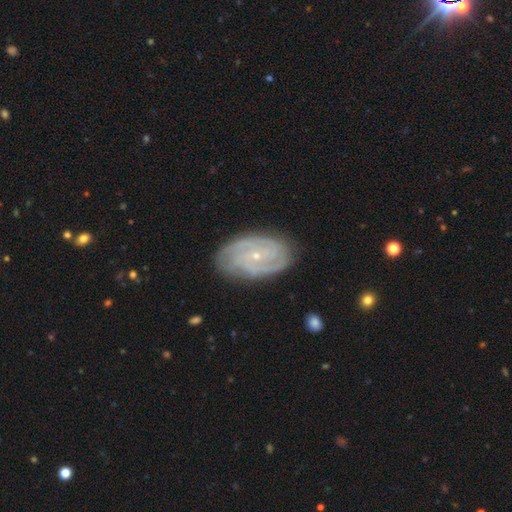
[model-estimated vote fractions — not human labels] smooth_or_featured: featured or disk (p=0.85) [alt: smooth p=0.09]
disk_edge_on: no (p=0.96) [alt: yes p=0.04]
bar: no (p=0.66) [alt: weak p=0.28]
has_spiral_arms: yes (p=0.96) [alt: no p=0.04]
spiral_winding: tight (p=0.66) [alt: medium p=0.28]
spiral_arm_count: 2 (p=0.31) [alt: 3 p=0.23]
bulge_size: small (p=0.82) [alt: moderate p=0.15]
merging: none (p=0.81) [alt: minor disturbance p=0.14]